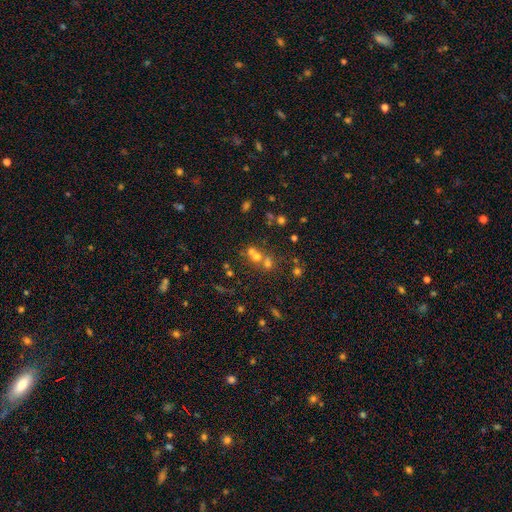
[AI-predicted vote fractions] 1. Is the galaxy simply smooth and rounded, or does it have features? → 51% smooth, 27% star or artifact, 21% featured or disk.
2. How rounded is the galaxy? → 76% round, 22% in between, 1% cigar-shaped.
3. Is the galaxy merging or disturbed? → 51% merger, 38% none, 7% minor disturbance, 4% major disturbance.